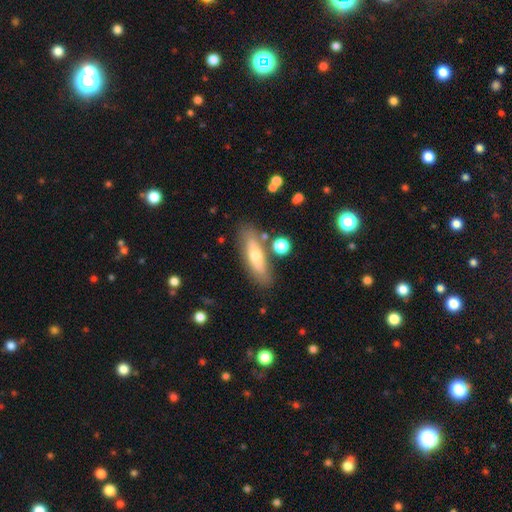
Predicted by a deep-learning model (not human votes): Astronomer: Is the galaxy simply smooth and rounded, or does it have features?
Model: smooth — 54% (runner-up: featured or disk, 39%).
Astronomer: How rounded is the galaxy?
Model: cigar-shaped — 52% (runner-up: in between, 45%).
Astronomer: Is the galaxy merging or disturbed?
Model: none — 77%.